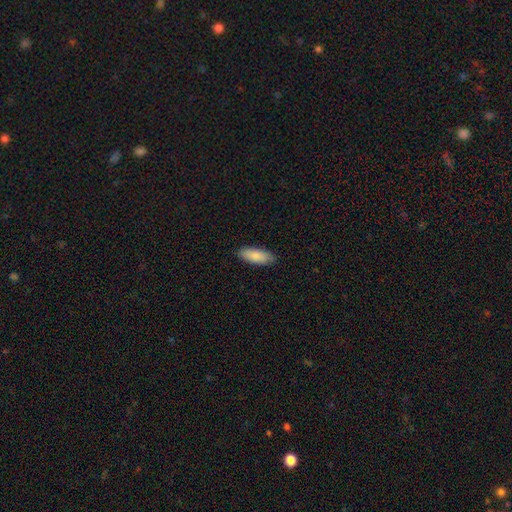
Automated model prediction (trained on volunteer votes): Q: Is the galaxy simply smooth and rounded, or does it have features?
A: smooth — 87%.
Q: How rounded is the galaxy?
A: in between — 74%.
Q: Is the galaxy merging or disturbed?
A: none — 87%.